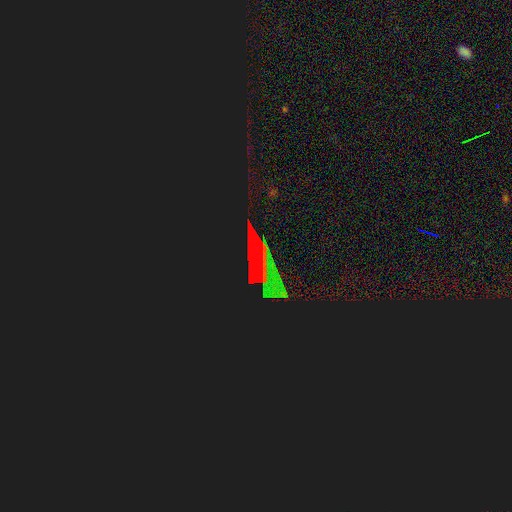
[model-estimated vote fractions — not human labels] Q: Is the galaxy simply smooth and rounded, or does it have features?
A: star or artifact — 71%.